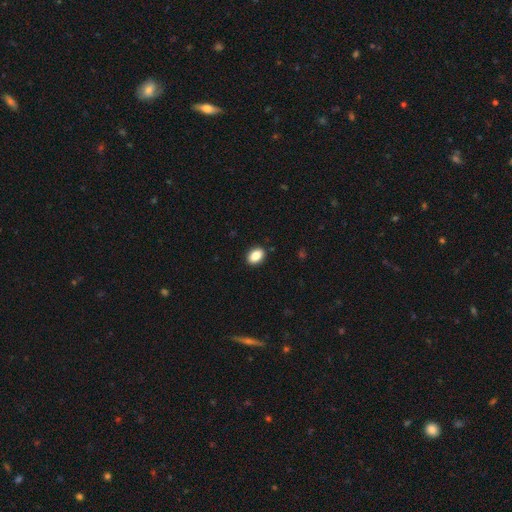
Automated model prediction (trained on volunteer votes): smooth-or-featured: smooth: 86% | star or artifact: 8% | featured or disk: 5%
  how-rounded: in between: 80% | round: 19% | cigar-shaped: 1%
  merging: none: 90% | minor disturbance: 7% | major disturbance: 2% | merger: 1%